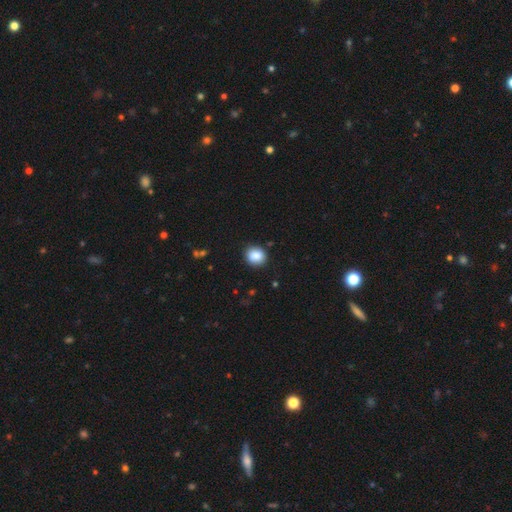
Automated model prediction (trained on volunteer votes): Smooth or featured? smooth (87%)
How rounded? round (80%)
Merging? none (89%)